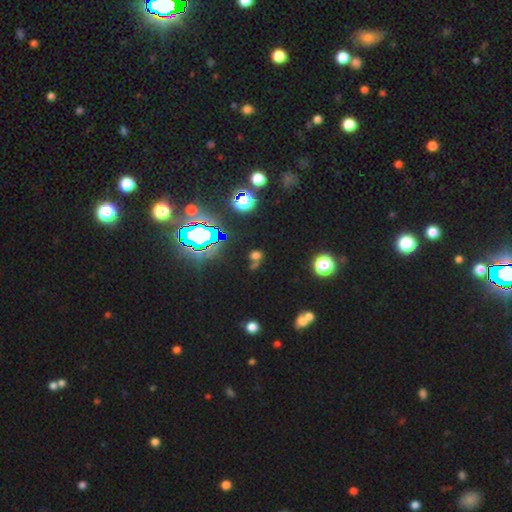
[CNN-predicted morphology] type=star or artifact (46%).